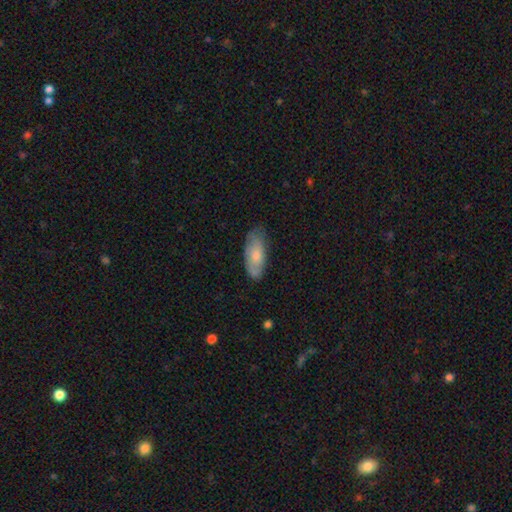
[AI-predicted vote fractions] smooth_or_featured: smooth (p=0.68) [alt: featured or disk p=0.27]
how_rounded: in between (p=0.82) [alt: cigar-shaped p=0.15]
merging: none (p=0.69) [alt: minor disturbance p=0.25]